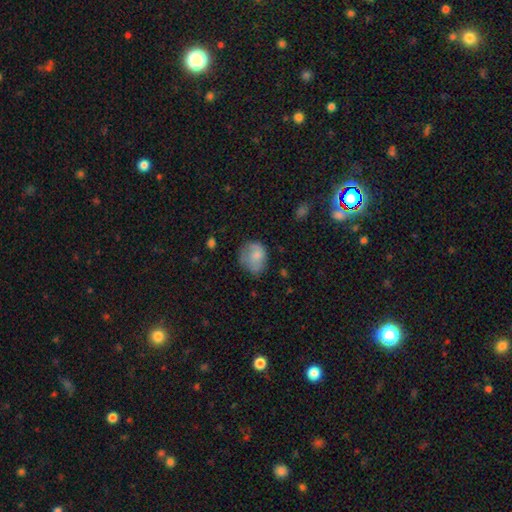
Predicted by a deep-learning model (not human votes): A smooth galaxy with no disk features (70%) that is round (61%). Merging: none (56%).